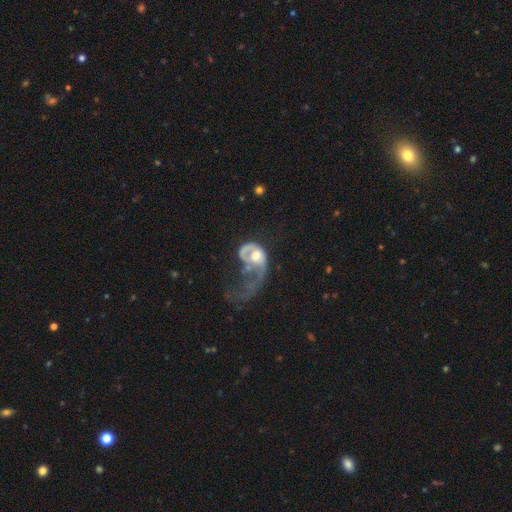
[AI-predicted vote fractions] Q: Smooth or featured?
A: featured or disk (62%); runner-up: smooth (31%)
Q: Edge-on disk?
A: no (97%); runner-up: yes (3%)
Q: Bar?
A: no (78%); runner-up: weak (18%)
Q: Spiral arms?
A: yes (61%); runner-up: no (39%)
Q: Bulge size?
A: moderate (52%); runner-up: large (30%)
Q: Merging?
A: major disturbance (72%); runner-up: none (10%)